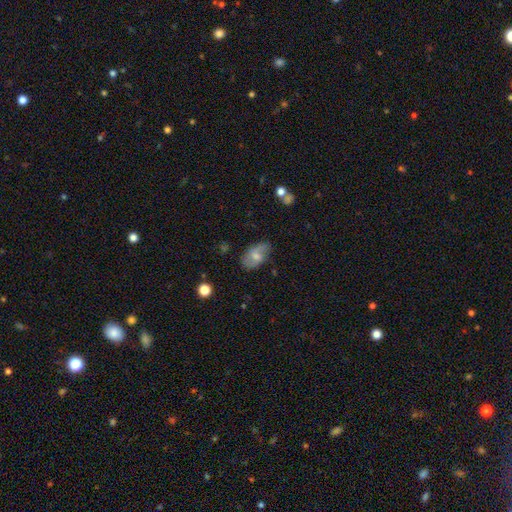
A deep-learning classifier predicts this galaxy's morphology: smooth 57%, featured or disk 35%, star or artifact 8%. Down the decision tree: how rounded — in between (91%); merging — none (66%).